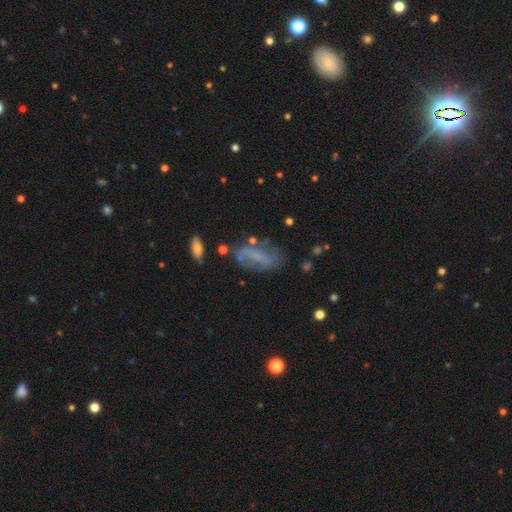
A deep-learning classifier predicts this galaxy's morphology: Smooth or featured? Predicted: featured or disk (p=0.53). Edge-on disk? Predicted: no (p=0.89). Merging? Predicted: none (p=0.58).